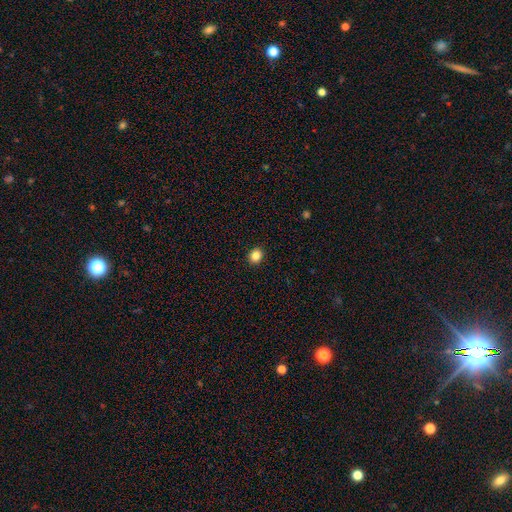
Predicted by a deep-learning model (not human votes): This appears to be a smooth galaxy with no disk features (85%) that is round (76%). Merging: none (92%).